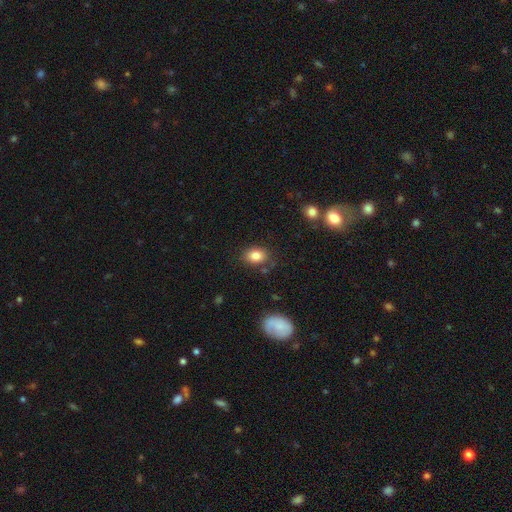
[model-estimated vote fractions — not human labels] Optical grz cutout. It shows a smooth galaxy with no disk features (83%) that is in between round and cigar-shaped (71%). Merging: none (80%).